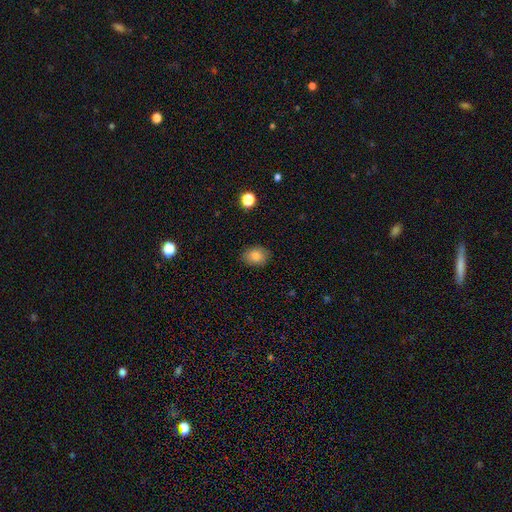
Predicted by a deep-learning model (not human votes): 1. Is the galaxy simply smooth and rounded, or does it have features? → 81% smooth, 10% star or artifact, 9% featured or disk.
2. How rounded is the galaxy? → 66% in between, 33% round, 1% cigar-shaped.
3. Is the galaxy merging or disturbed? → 86% none, 10% minor disturbance, 2% major disturbance, 1% merger.